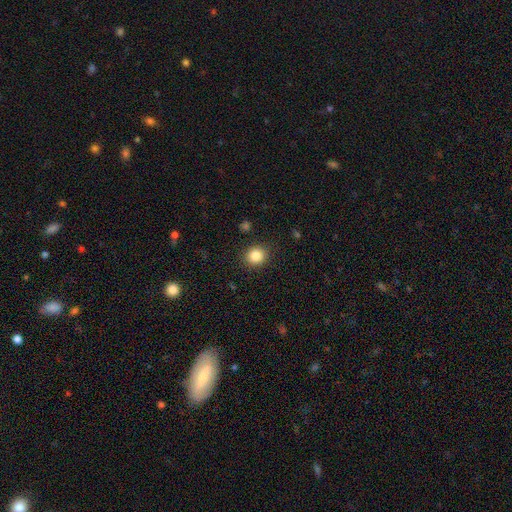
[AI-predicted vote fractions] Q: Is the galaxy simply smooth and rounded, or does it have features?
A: smooth — 84%.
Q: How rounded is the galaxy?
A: round — 81%.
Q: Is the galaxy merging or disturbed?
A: none — 89%.